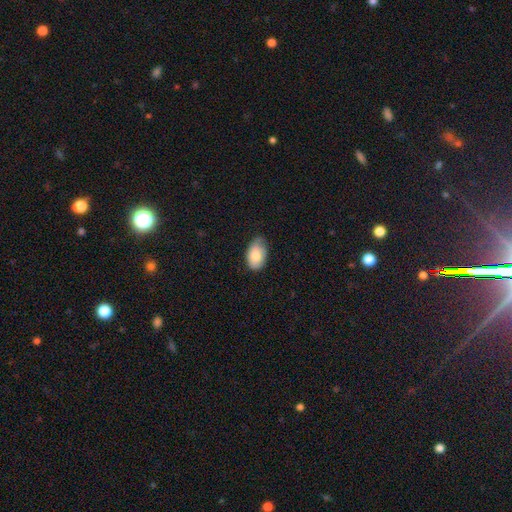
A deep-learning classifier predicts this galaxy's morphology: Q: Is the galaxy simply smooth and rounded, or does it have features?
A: smooth — 79%.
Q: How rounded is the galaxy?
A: in between — 90%.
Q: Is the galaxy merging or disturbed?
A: none — 52%.